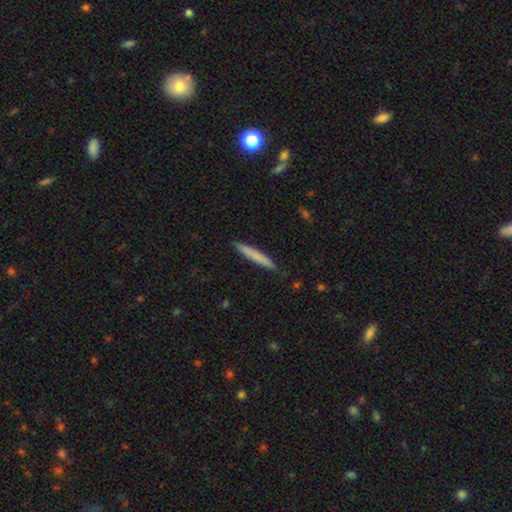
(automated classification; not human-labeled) Smooth or featured: smooth — 71% (featured or disk — 24%)
How rounded: cigar-shaped — 96% (in between — 3%)
Merging: none — 90% (minor disturbance — 7%)